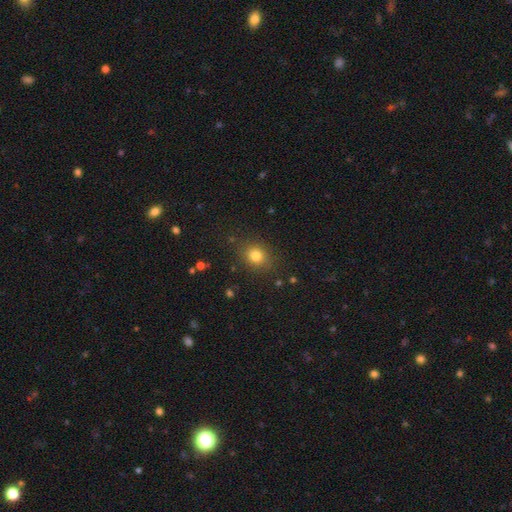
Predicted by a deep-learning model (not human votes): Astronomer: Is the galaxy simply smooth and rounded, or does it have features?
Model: smooth — 79%.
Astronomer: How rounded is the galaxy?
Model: round — 60% (runner-up: in between, 39%).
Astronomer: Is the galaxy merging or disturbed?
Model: none — 85%.